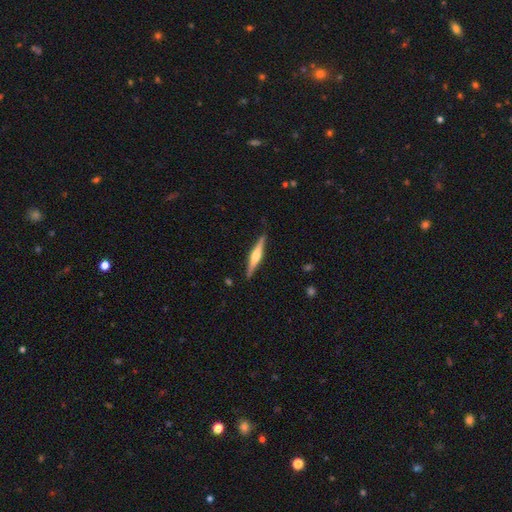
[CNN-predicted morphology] smooth-or-featured: featured or disk: 69% | smooth: 26% | star or artifact: 5%
  disk-edge-on: yes: 98% | no: 2%
    edge-on-bulge: rounded: 85% | boxy: 10% | none: 5%
  merging: none: 89% | minor disturbance: 8% | major disturbance: 2% | merger: 1%